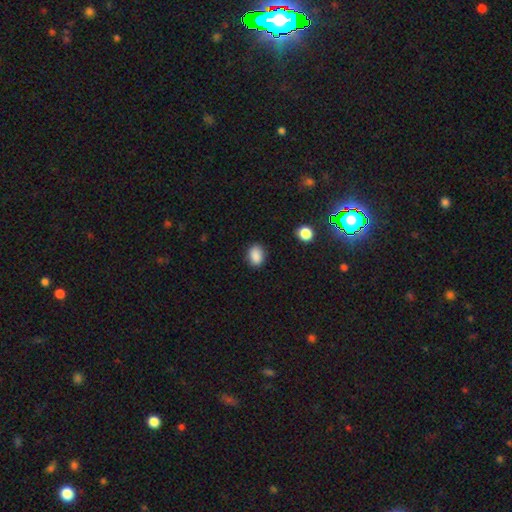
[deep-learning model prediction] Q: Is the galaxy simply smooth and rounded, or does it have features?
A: smooth — 88%.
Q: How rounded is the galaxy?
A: in between — 73%.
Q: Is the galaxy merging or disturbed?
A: none — 85%.